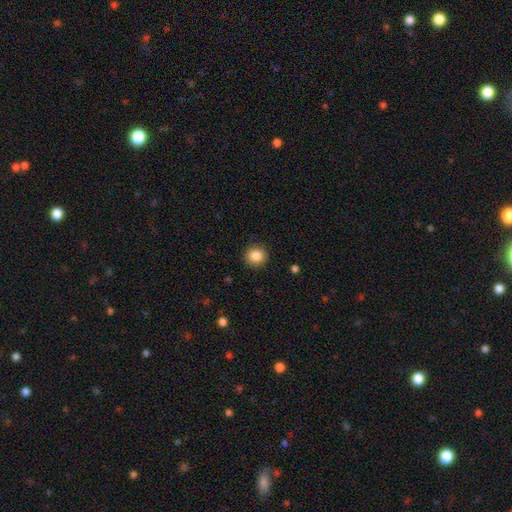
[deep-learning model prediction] The model was most divided on "smooth or featured": smooth: 86%, star or artifact: 9%, featured or disk: 5%. More confident: how rounded — round (89%); merging — none (87%).